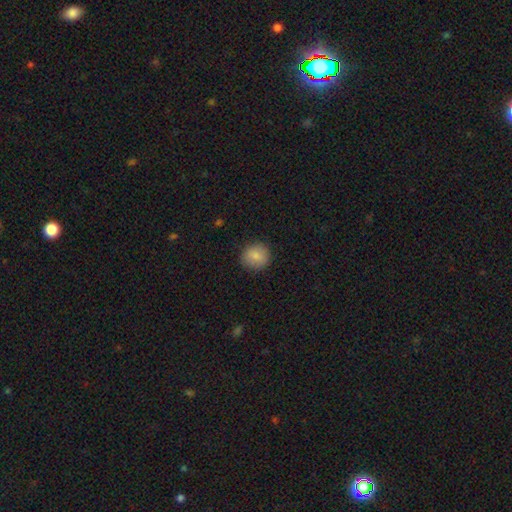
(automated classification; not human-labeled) This is clearly a smooth galaxy (84%). How rounded: clearly round (87%). Merging: clearly none (88%).